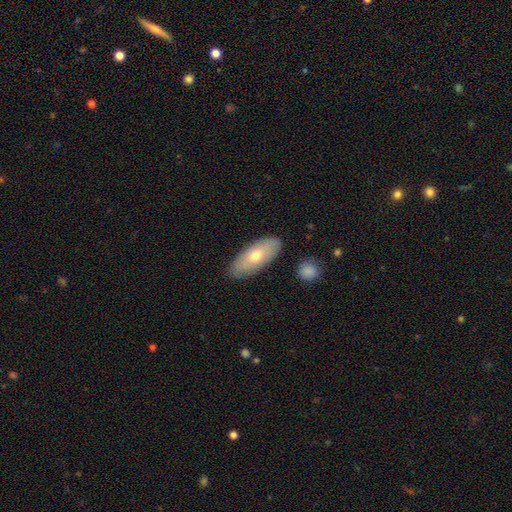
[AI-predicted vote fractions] Overall: smooth (62%; featured or disk 32%). How rounded: in between (83%). Merging: none (84%).